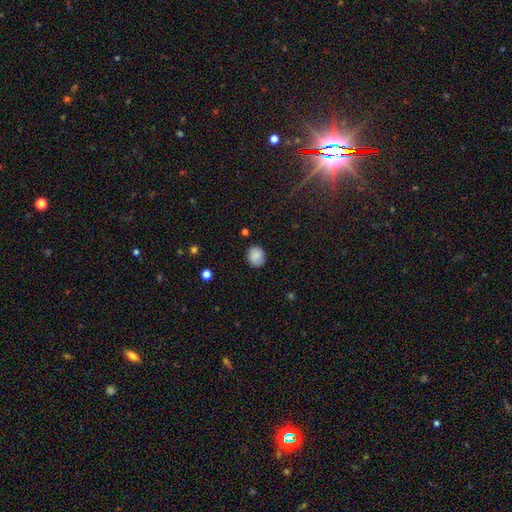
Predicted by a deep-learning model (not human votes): Overall: smooth (86%). How rounded: round (67%; in between 32%). Merging: none (85%).